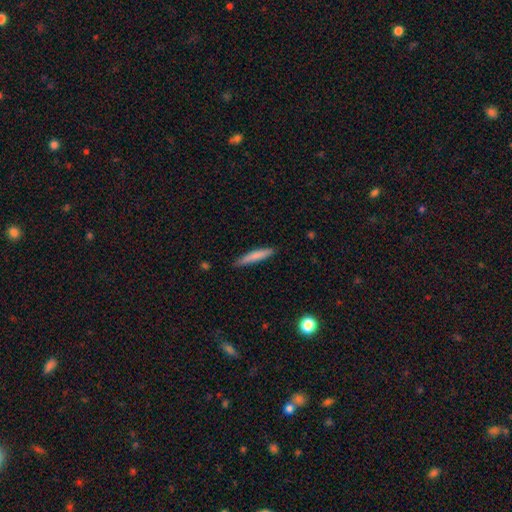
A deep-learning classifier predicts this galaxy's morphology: smooth 78%, featured or disk 16%, star or artifact 6%. Down the decision tree: how rounded — cigar-shaped (90%); merging — none (85%).